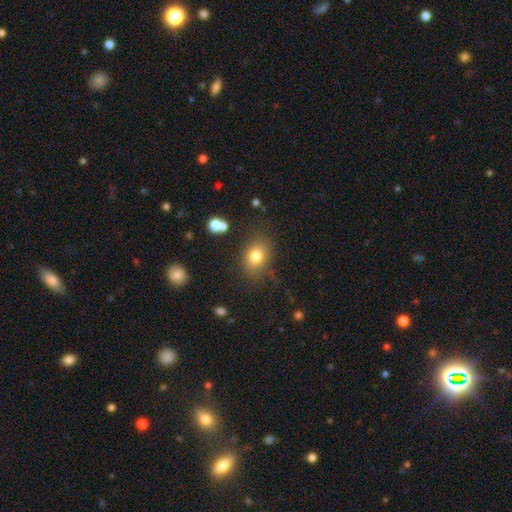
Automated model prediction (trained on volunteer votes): Smooth or featured: smooth — 79% (star or artifact — 12%)
How rounded: in between — 64% (round — 35%)
Merging: none — 75% (minor disturbance — 15%)